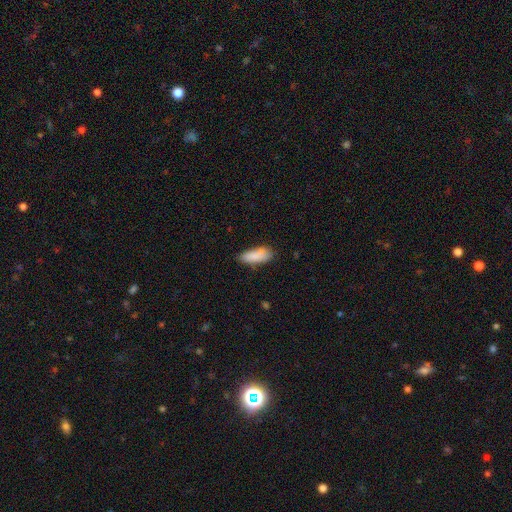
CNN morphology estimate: smooth_or_featured: smooth (p=0.86) [alt: featured or disk p=0.07]
how_rounded: in between (p=0.74) [alt: cigar-shaped p=0.23]
merging: none (p=0.66) [alt: minor disturbance p=0.24]